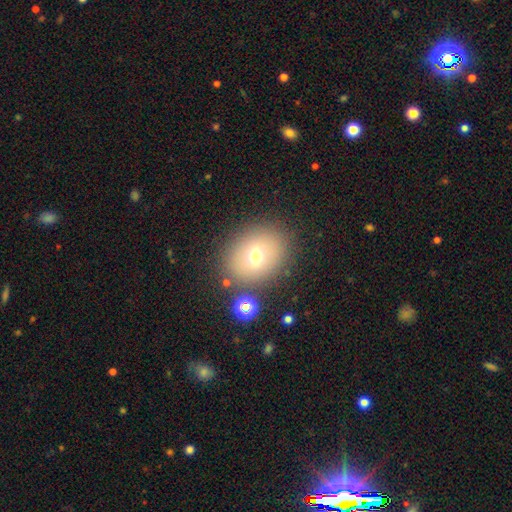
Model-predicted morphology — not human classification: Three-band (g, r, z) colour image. It shows a smooth galaxy with no disk features (61%) that is round (52%). Merging: none (77%).